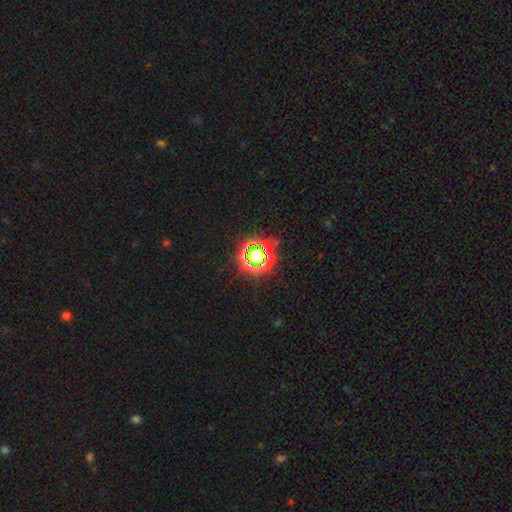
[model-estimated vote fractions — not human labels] Smooth or featured? Predicted: star or artifact (p=0.63).